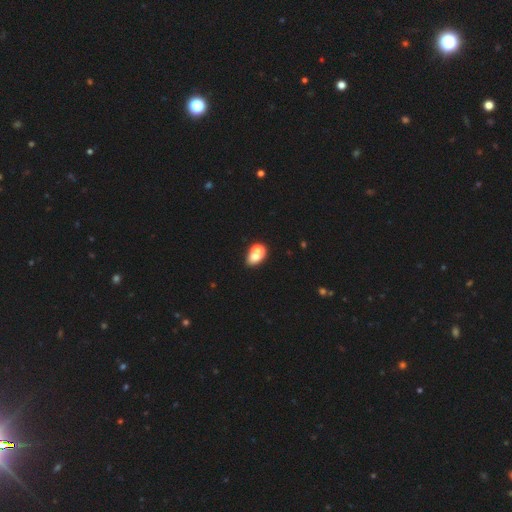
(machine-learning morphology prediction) smooth 66%, featured or disk 22%, star or artifact 12%. Down the decision tree: how rounded — in between (74%); merging — merger (51%).